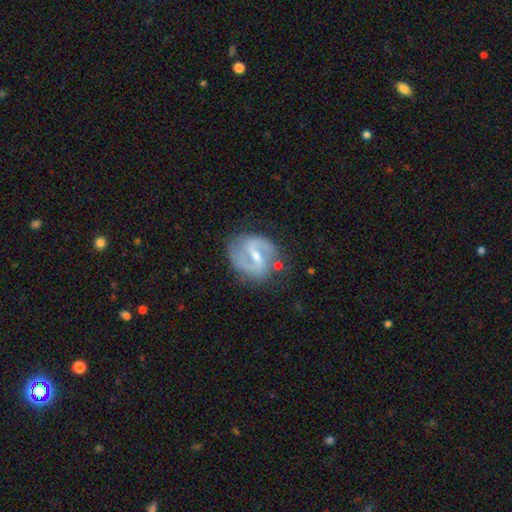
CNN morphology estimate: Smooth or featured?
  - featured or disk: 89% *
  - smooth: 6%
  - star or artifact: 5%
Edge-on disk?
  - no: 97% *
  - yes: 3%
Bar?
  - strong: 44% *
  - weak: 43%
  - no: 14%
Spiral arms?
  - yes: 95% *
  - no: 5%
Spiral winding?
  - medium: 56% *
  - loose: 23%
  - tight: 21%
Spiral arm count?
  - 2: 91% *
  - can't tell: 3%
  - 1: 2%
  - 3: 2%
  - 4: 1%
  - more than 4: 1%
Bulge size?
  - small: 50% *
  - moderate: 46%
  - none: 2%
  - large: 2%
  - dominant: 1%
Merging?
  - none: 76% *
  - minor disturbance: 16%
  - major disturbance: 5%
  - merger: 3%